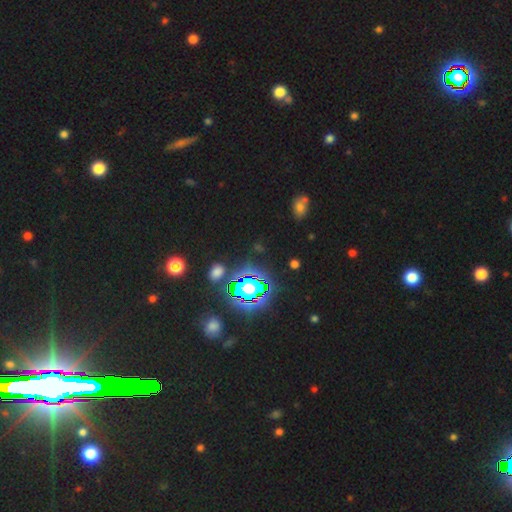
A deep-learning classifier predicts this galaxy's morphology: type=star or artifact (82%).